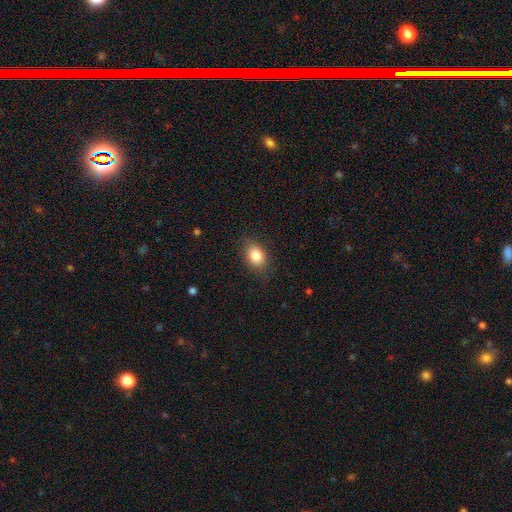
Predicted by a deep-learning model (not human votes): Smooth or featured: smooth — 84% (star or artifact — 9%)
How rounded: in between — 72% (round — 27%)
Merging: none — 83% (minor disturbance — 13%)